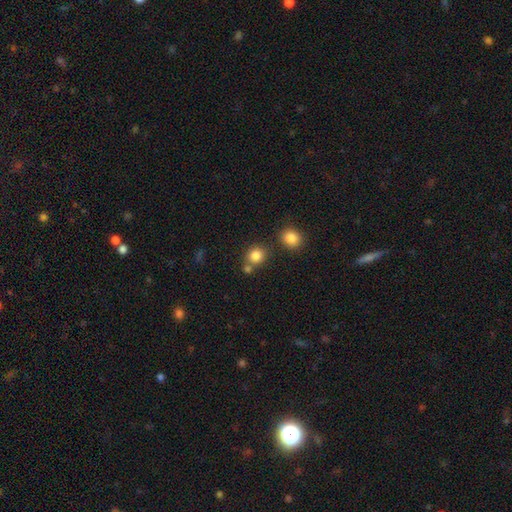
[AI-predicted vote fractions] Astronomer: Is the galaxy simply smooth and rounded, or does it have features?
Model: smooth — 83%.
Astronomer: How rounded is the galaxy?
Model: round — 81%.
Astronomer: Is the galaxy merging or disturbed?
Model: none — 66%.